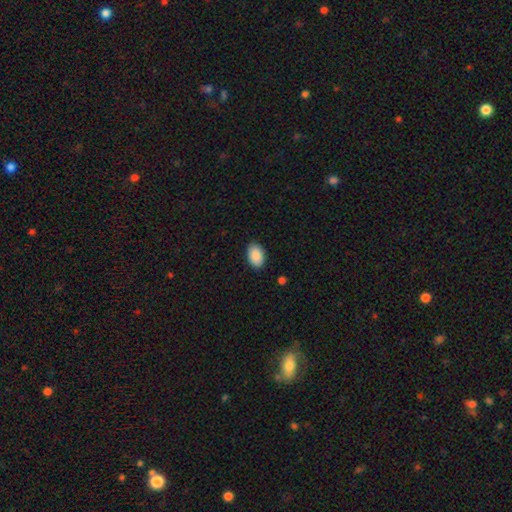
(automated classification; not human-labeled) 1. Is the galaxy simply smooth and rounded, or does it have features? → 90% smooth, 7% star or artifact, 4% featured or disk.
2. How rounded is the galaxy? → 90% in between, 9% round, 1% cigar-shaped.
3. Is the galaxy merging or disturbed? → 88% none, 9% minor disturbance, 2% major disturbance, 1% merger.